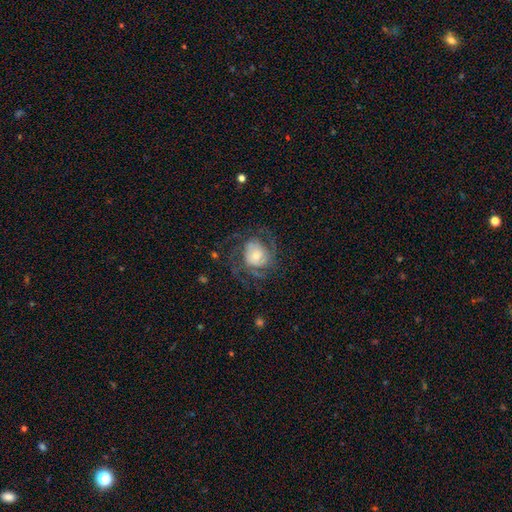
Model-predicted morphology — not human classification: Smooth or featured?
  - featured or disk: 69% *
  - smooth: 23%
  - star or artifact: 8%
Edge-on disk?
  - no: 97% *
  - yes: 3%
Bar?
  - no: 71% *
  - weak: 24%
  - strong: 5%
Spiral arms?
  - yes: 86% *
  - no: 14%
Spiral winding?
  - medium: 44% *
  - tight: 33%
  - loose: 24%
Spiral arm count?
  - 2: 30% *
  - can't tell: 27%
  - 3: 22%
  - 4: 8%
  - 1: 7%
  - more than 4: 5%
Bulge size?
  - small: 42% *
  - moderate: 37%
  - large: 15%
  - dominant: 3%
  - none: 3%
Merging?
  - none: 56% *
  - major disturbance: 25%
  - minor disturbance: 18%
  - merger: 2%